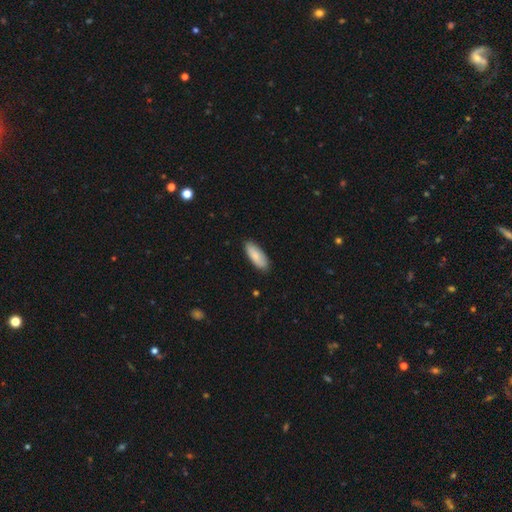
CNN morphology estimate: type=smooth (85%); roundness=in between (75%); merging=none (85%).